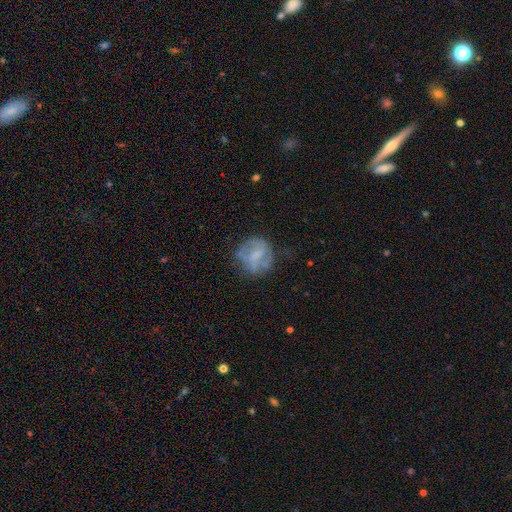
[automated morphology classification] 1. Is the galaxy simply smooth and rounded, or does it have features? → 52% featured or disk, 39% smooth, 9% star or artifact.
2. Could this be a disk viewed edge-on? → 97% no, 3% yes.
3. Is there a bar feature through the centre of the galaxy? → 43% no, 40% weak, 17% strong.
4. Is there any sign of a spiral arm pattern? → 57% no, 43% yes.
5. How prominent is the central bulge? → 42% none, 27% small, 25% moderate, 4% large, 1% dominant.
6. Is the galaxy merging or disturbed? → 58% none, 23% minor disturbance, 16% major disturbance, 3% merger.